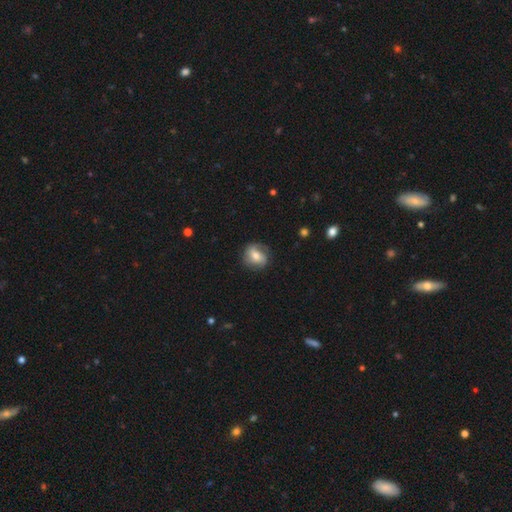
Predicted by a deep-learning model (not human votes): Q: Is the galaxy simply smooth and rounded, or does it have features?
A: featured or disk — 53%.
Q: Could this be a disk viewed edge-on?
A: no — 96%.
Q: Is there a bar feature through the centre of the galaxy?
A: no — 44%.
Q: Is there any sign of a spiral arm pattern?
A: yes — 81%.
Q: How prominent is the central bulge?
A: moderate — 62%.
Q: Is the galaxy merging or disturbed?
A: none — 73%.